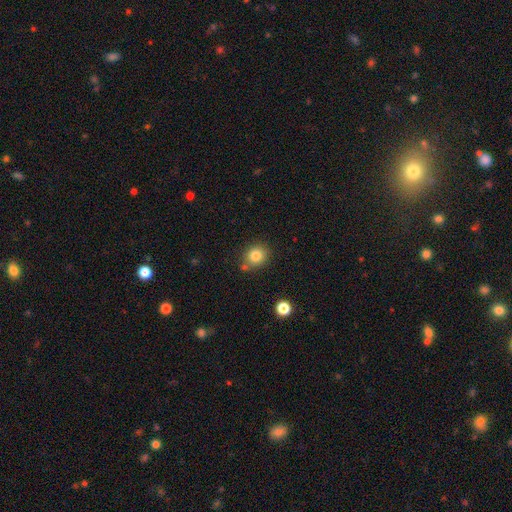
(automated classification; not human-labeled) Morphology: type=smooth (82%); roundness=round (80%); merging=none (75%).